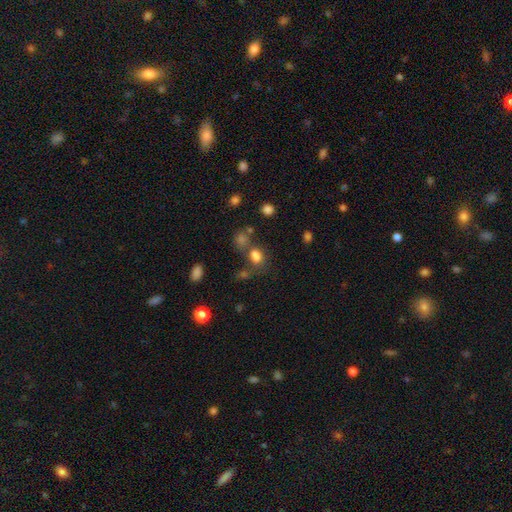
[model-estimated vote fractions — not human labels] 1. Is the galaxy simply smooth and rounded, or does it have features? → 76% smooth, 16% star or artifact, 8% featured or disk.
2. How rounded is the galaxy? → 60% in between, 38% round, 2% cigar-shaped.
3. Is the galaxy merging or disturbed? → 46% none, 31% merger, 14% minor disturbance, 10% major disturbance.